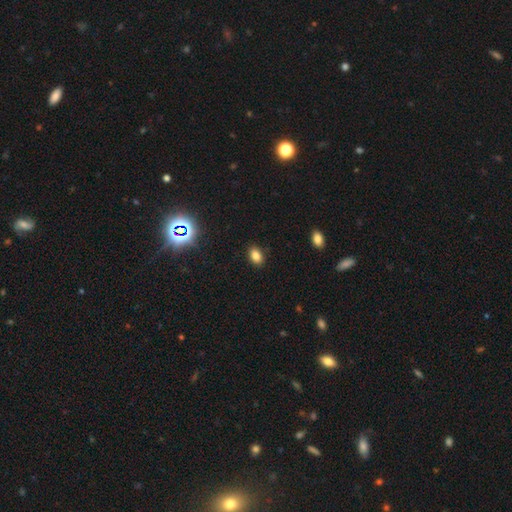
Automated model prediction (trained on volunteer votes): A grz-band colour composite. It shows a smooth galaxy with no disk features (81%) that is in between round and cigar-shaped (83%). Merging: none (88%).